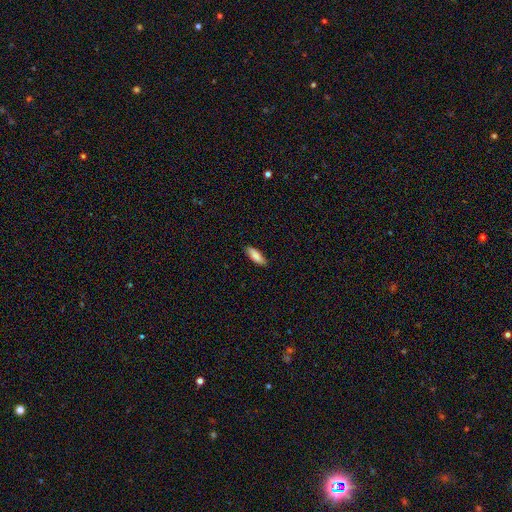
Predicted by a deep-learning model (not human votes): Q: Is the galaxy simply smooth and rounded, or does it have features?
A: smooth — 87%.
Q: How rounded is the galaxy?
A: in between — 67%.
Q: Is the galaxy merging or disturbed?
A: none — 84%.